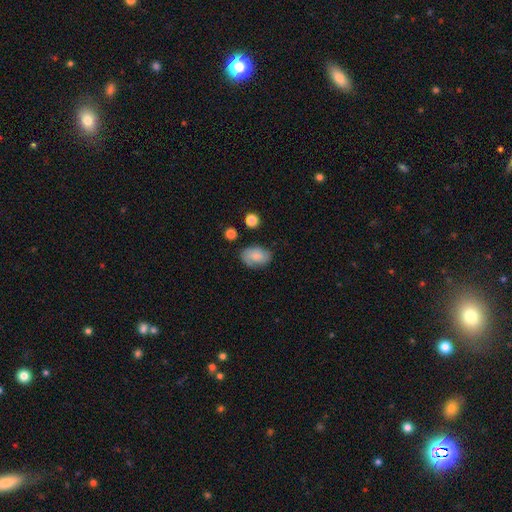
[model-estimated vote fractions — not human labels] Smooth or featured? smooth (71%)
How rounded? in between (86%)
Merging? none (74%)